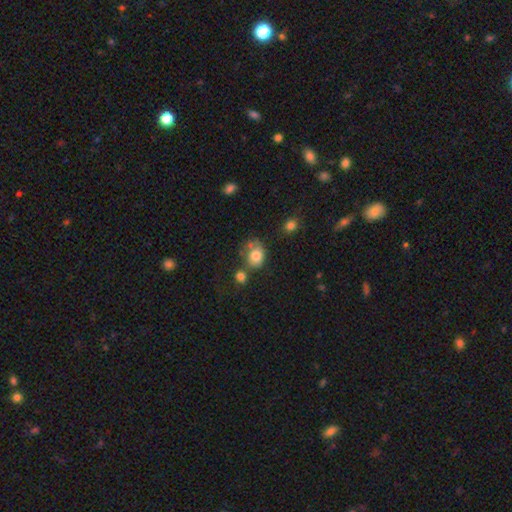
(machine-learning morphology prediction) type=smooth (79%); roundness=in between (56%); merging=none (42%).